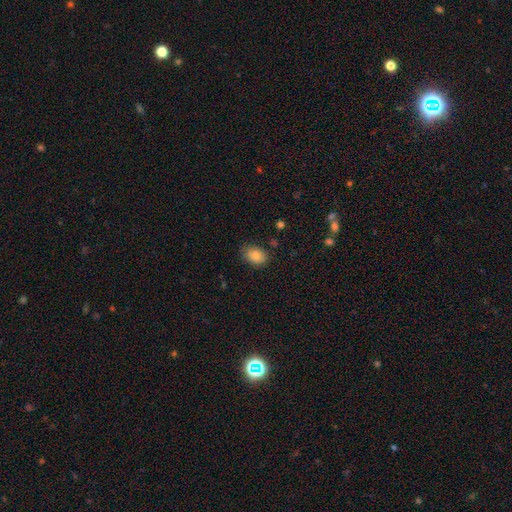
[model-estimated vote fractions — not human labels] Smooth or featured? smooth (83%)
How rounded? in between (74%)
Merging? none (77%)